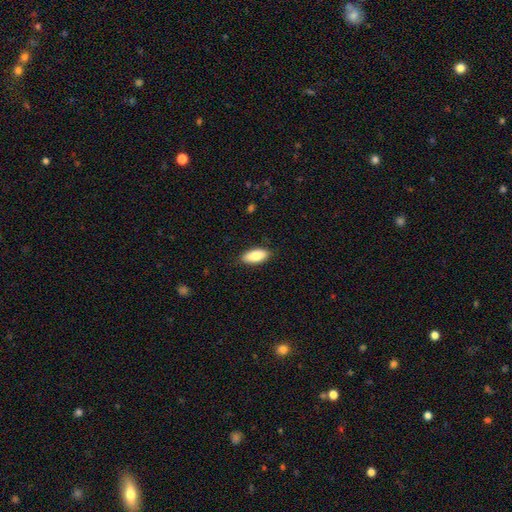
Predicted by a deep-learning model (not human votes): Morphology: type=smooth (85%); roundness=in between (87%); merging=none (87%).